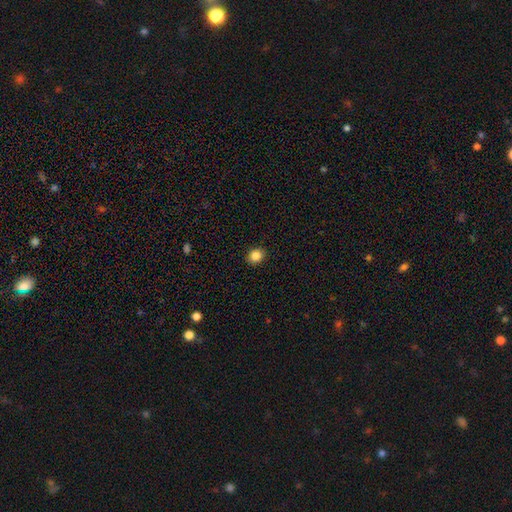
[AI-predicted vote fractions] This is clearly a smooth galaxy (85%). How rounded: likely round (74%). Merging: clearly none (92%).